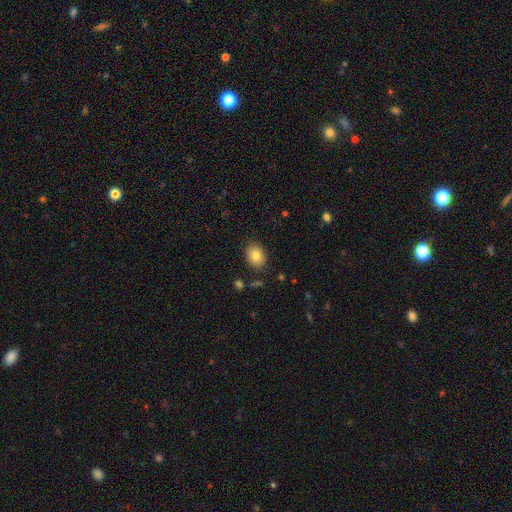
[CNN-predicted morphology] Smooth or featured: smooth — 83% (star or artifact — 9%)
How rounded: in between — 64% (round — 36%)
Merging: none — 86% (minor disturbance — 10%)